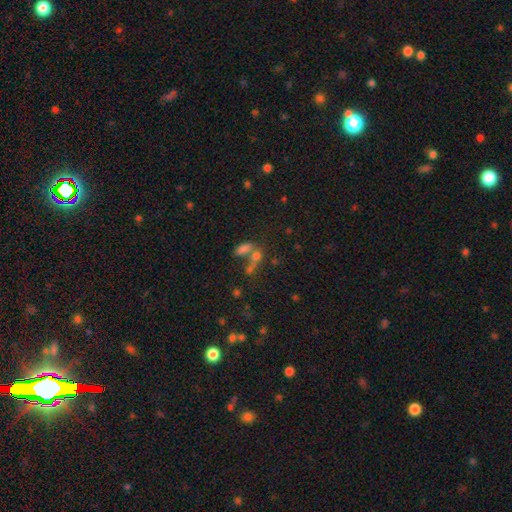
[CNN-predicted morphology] smooth_or_featured: smooth (p=0.56) [alt: star or artifact p=0.25]
how_rounded: in between (p=0.60) [alt: cigar-shaped p=0.22]
merging: merger (p=0.45) [alt: none p=0.36]